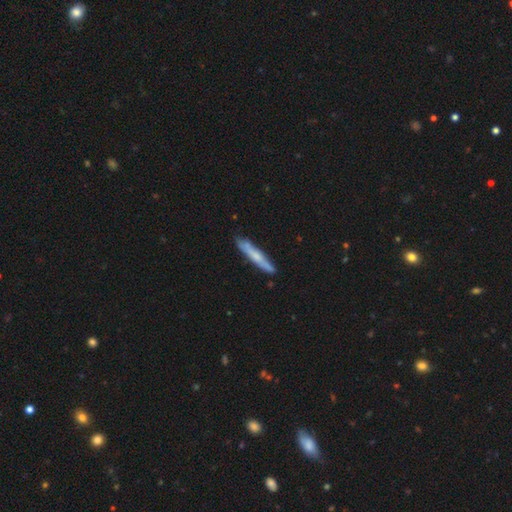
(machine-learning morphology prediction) smooth_or_featured: smooth (p=0.55) [alt: featured or disk p=0.40]
how_rounded: cigar-shaped (p=0.94) [alt: in between p=0.04]
merging: none (p=0.85) [alt: minor disturbance p=0.11]